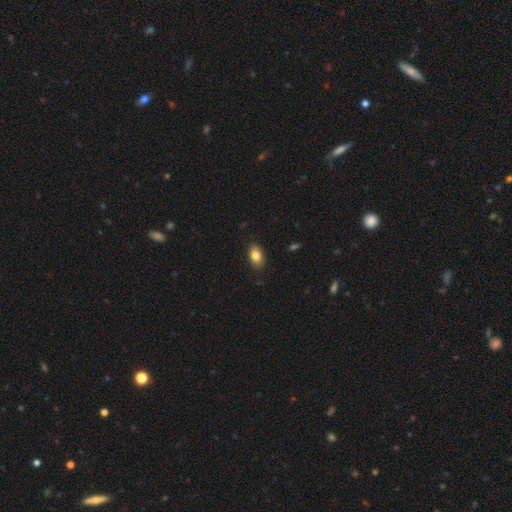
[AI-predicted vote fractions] Smooth or featured? Predicted: smooth (p=0.82). How rounded? Predicted: in between (p=0.88). Merging? Predicted: none (p=0.86).